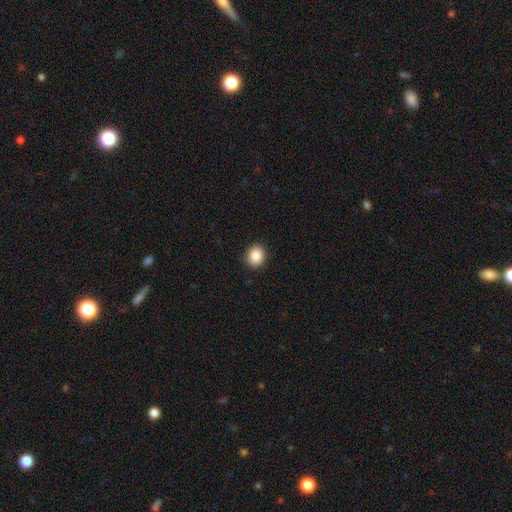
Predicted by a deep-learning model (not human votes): smooth 88%, star or artifact 9%, featured or disk 3%. Down the decision tree: how rounded — round (72%); merging — none (88%).